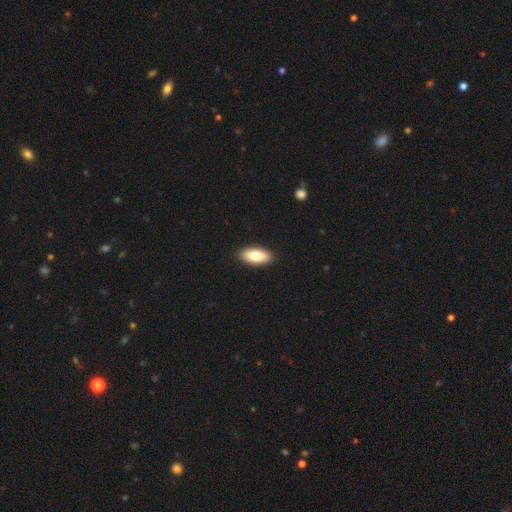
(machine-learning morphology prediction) smooth 80%, featured or disk 14%, star or artifact 6%. Down the decision tree: how rounded — in between (86%); merging — none (91%).